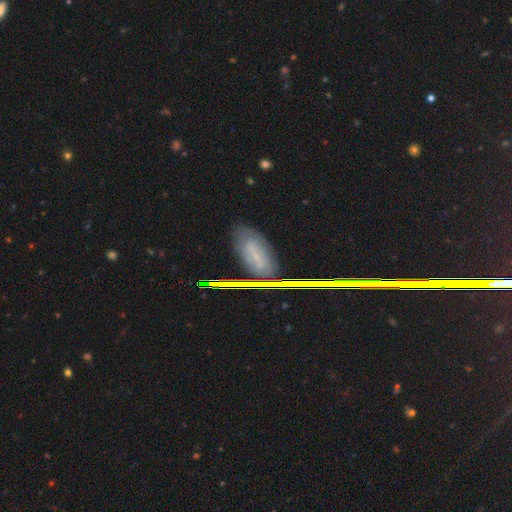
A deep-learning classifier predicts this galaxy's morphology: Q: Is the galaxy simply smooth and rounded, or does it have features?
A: smooth — 41%.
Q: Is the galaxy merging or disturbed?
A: none — 66%.